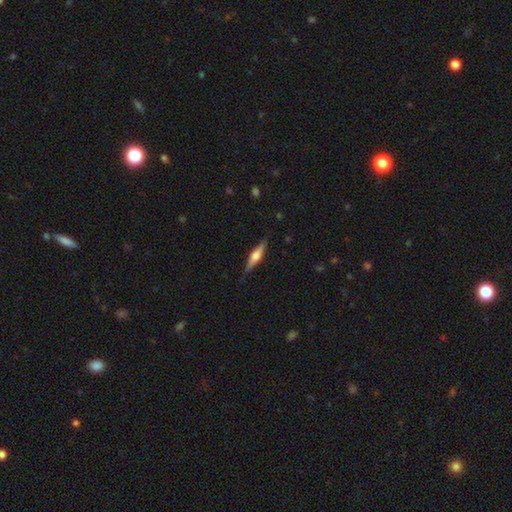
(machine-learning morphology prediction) Smooth or featured: featured or disk — 64% (smooth — 30%)
Edge-on disk: yes — 97% (no — 3%)
Edge-on bulge: rounded — 90% (boxy — 8%)
Merging: none — 87% (minor disturbance — 10%)